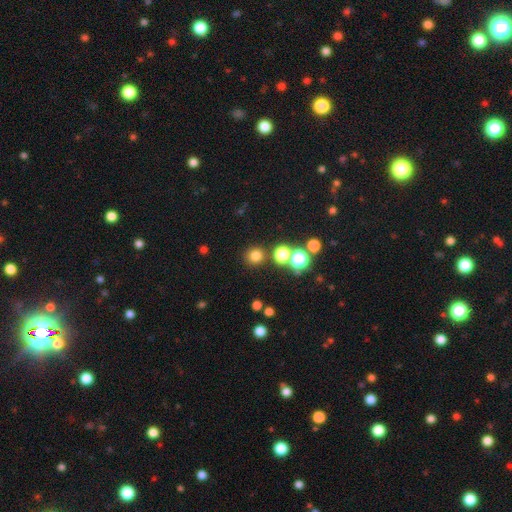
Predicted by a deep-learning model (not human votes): This is likely a smooth galaxy (75%). How rounded: clearly round (94%). Merging: clearly none (85%).